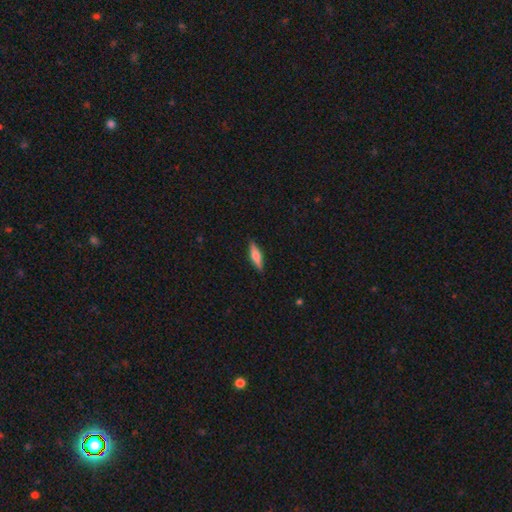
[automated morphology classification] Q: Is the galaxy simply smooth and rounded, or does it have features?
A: smooth — 51%.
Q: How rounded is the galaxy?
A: cigar-shaped — 70%.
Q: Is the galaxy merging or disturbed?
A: none — 88%.